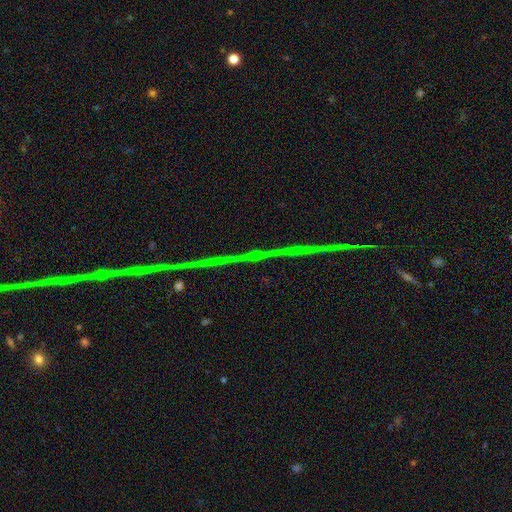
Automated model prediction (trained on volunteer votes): Q: Smooth or featured?
A: star or artifact (77%); runner-up: featured or disk (18%)